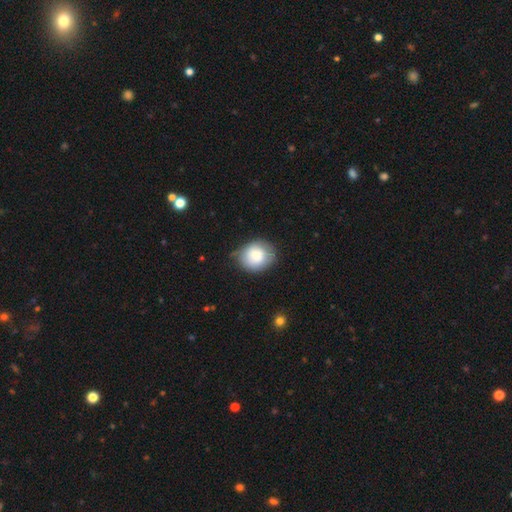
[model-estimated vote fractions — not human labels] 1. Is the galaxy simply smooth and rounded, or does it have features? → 84% smooth, 9% featured or disk, 7% star or artifact.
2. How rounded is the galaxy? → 68% round, 31% in between, 1% cigar-shaped.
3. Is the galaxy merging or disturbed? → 68% none, 24% minor disturbance, 5% major disturbance, 2% merger.